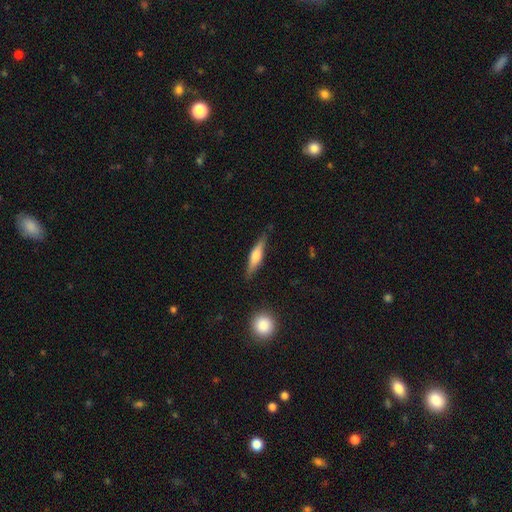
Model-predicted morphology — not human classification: The model was most divided on "smooth or featured": featured or disk: 48%, smooth: 46%, star or artifact: 6%. More confident: merging — none (83%).